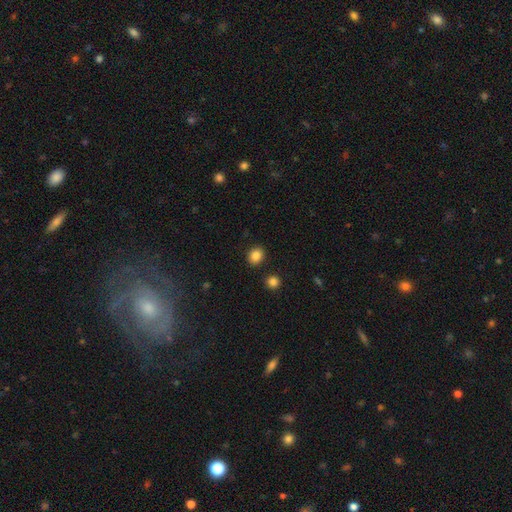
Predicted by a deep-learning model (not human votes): Smooth or featured: smooth — 86% (star or artifact — 10%)
How rounded: round — 65% (in between — 34%)
Merging: none — 88% (minor disturbance — 7%)